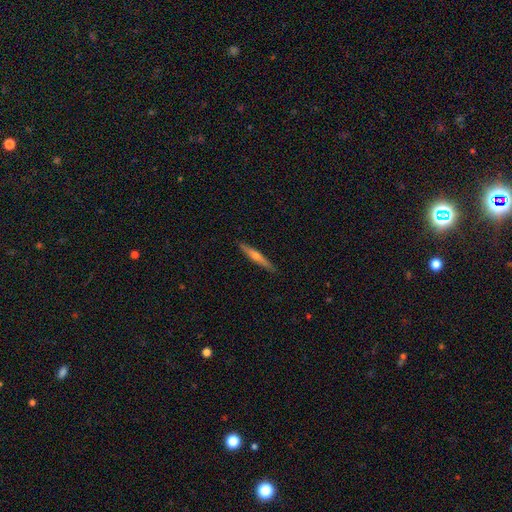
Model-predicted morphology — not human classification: featured or disk 58%, smooth 36%, star or artifact 6%. Down the decision tree: edge-on disk — yes (97%); edge-on bulge — rounded (79%); merging — none (91%).